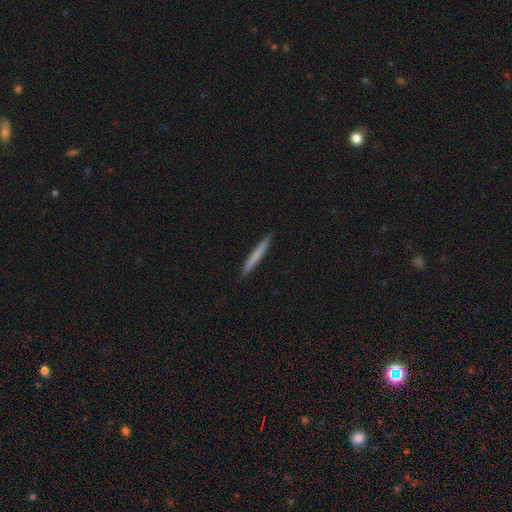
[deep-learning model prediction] smooth-or-featured: smooth: 68% | featured or disk: 26% | star or artifact: 5%
  how-rounded: cigar-shaped: 97% | in between: 2% | round: 1%
  merging: none: 92% | minor disturbance: 6% | major disturbance: 1% | merger: 1%